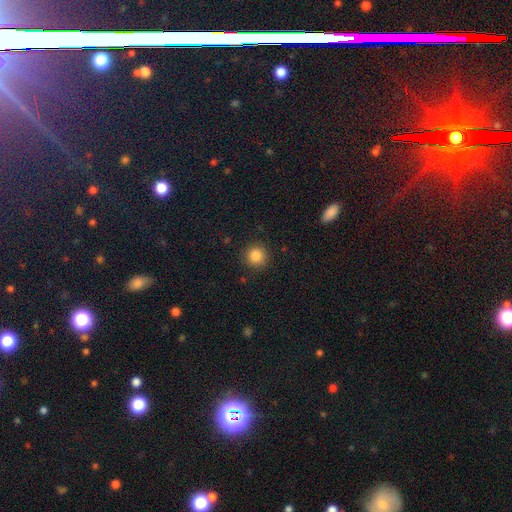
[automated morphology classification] This appears to be a smooth galaxy with no disk features (85%) that is round (94%). Merging: none (89%).